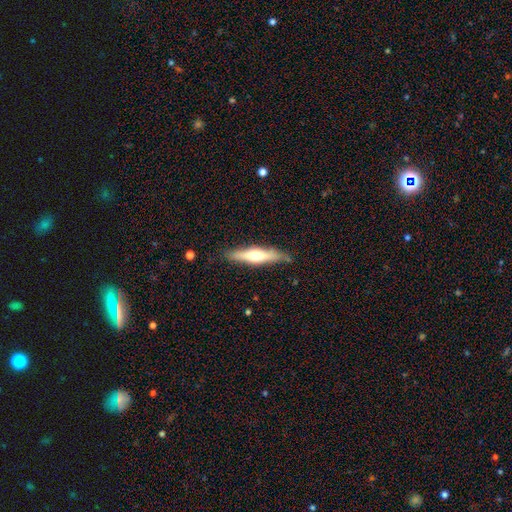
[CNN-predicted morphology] type=featured or disk (56%); edge-on=yes (94%); edge-on bulge=rounded (91%); merging=none (84%).